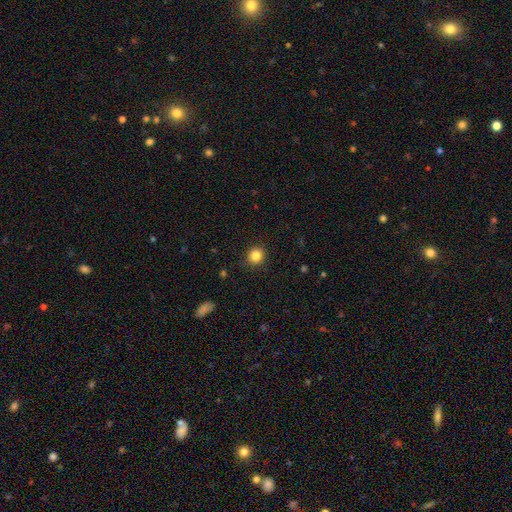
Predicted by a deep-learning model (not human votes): This is clearly a smooth galaxy (84%). How rounded: clearly round (90%). Merging: clearly none (91%).